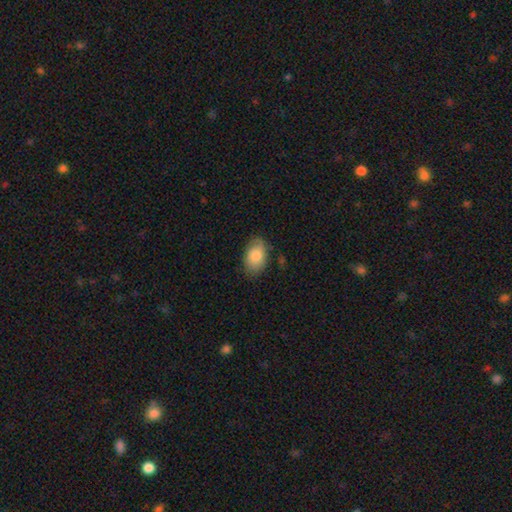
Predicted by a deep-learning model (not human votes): This appears to be a smooth galaxy with no disk features (84%) that is in between round and cigar-shaped (90%). Merging: none (77%).